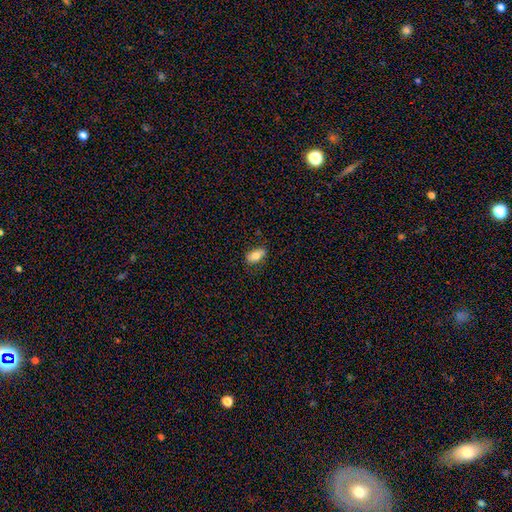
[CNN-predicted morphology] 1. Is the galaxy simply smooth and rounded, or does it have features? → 77% smooth, 16% featured or disk, 8% star or artifact.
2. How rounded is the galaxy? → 90% in between, 6% round, 4% cigar-shaped.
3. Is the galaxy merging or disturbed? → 77% none, 18% minor disturbance, 4% major disturbance, 1% merger.